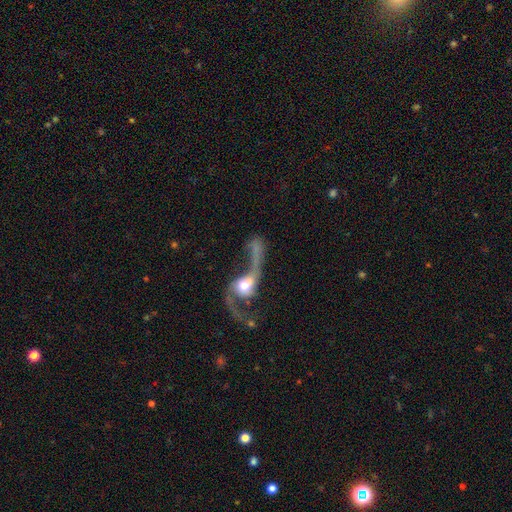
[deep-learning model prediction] Smooth or featured: featured or disk — 84% (smooth — 8%)
Edge-on disk: no — 93% (yes — 7%)
Bar: no — 58% (weak — 26%)
Spiral arms: yes — 91% (no — 9%)
Spiral winding: loose — 88% (medium — 10%)
Spiral arm count: 2 — 90% (1 — 4%)
Bulge size: moderate — 59% (small — 18%)
Merging: none — 44% (major disturbance — 27%)